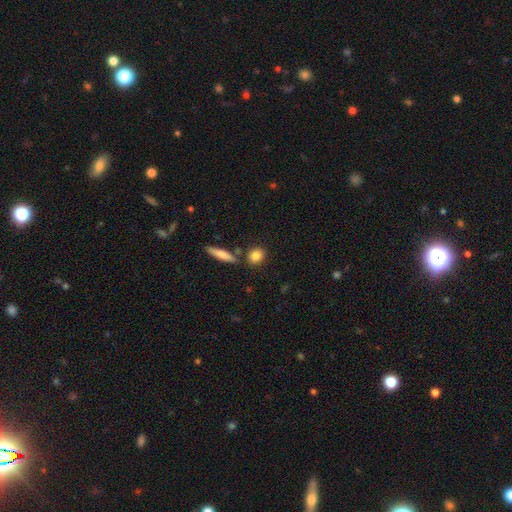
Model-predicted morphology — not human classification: Smooth or featured: smooth — 85% (featured or disk — 8%)
How rounded: round — 49% (in between — 43%)
Merging: none — 75% (merger — 11%)